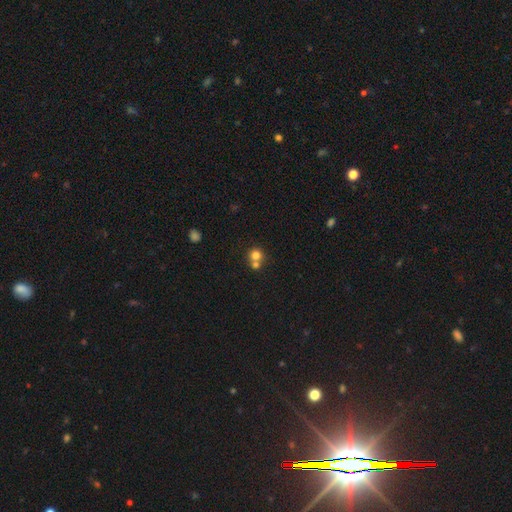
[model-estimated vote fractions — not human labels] A smooth galaxy with no disk features (76%) that is round (88%).

Vote fractions:
- Smooth or featured? smooth: 76% / star or artifact: 13% / featured or disk: 11%
- How rounded? round: 88% / in between: 11% / cigar-shaped: 1%
- Merging? merger: 46% / none: 45% / minor disturbance: 6% / major disturbance: 3%